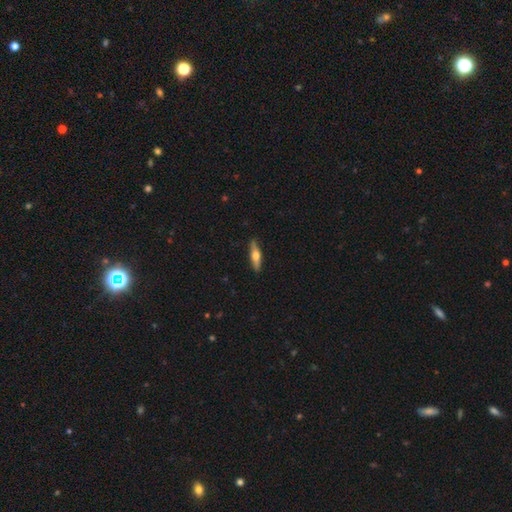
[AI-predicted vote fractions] Smooth or featured: featured or disk — 48% (smooth — 46%)
Merging: none — 89% (minor disturbance — 8%)